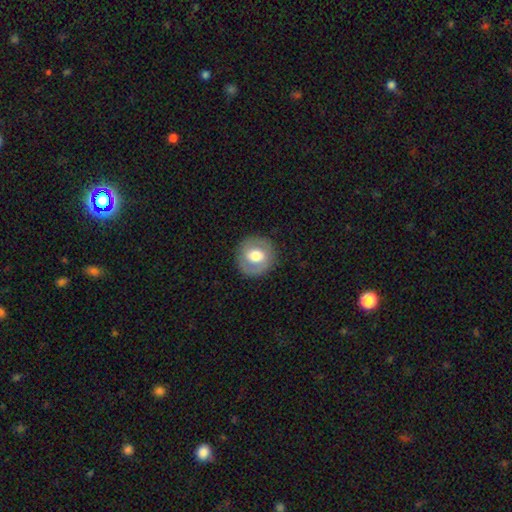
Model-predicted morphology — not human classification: Smooth or featured? Predicted: smooth (p=0.58). How rounded? Predicted: round (p=0.89). Merging? Predicted: none (p=0.87).